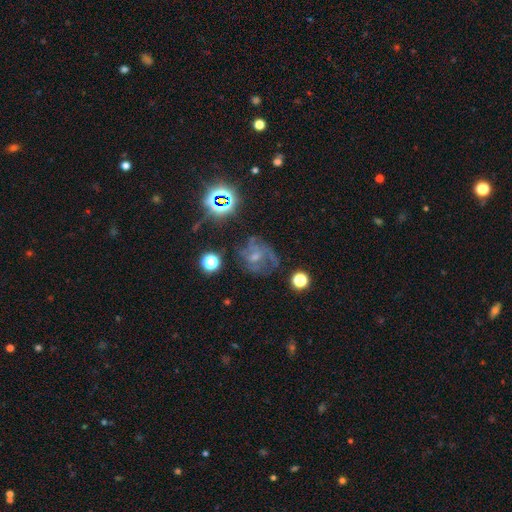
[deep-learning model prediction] Smooth or featured?
  - featured or disk: 46% *
  - smooth: 28%
  - star or artifact: 26%
Merging?
  - none: 51% *
  - major disturbance: 24%
  - minor disturbance: 21%
  - merger: 4%